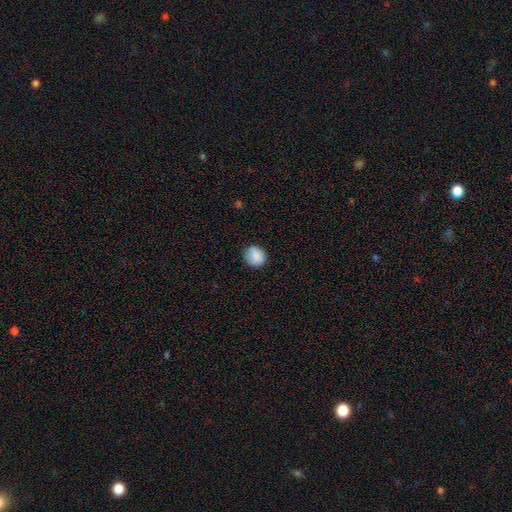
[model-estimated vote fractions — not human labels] Smooth or featured: smooth — 87% (star or artifact — 8%)
How rounded: round — 72% (in between — 27%)
Merging: none — 84% (minor disturbance — 12%)